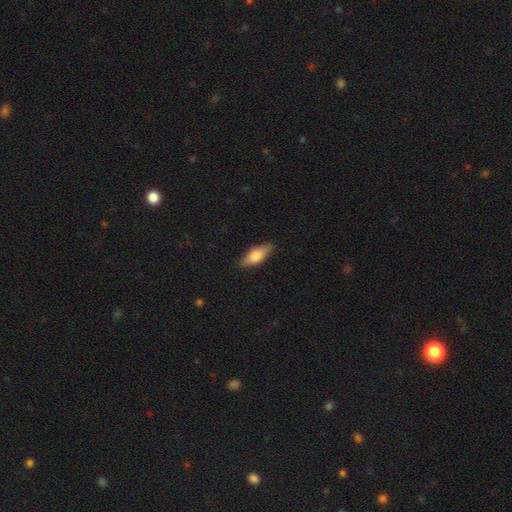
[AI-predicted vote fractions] This appears to be a smooth galaxy with no disk features (71%) that is in between round and cigar-shaped (73%). Merging: none (86%).